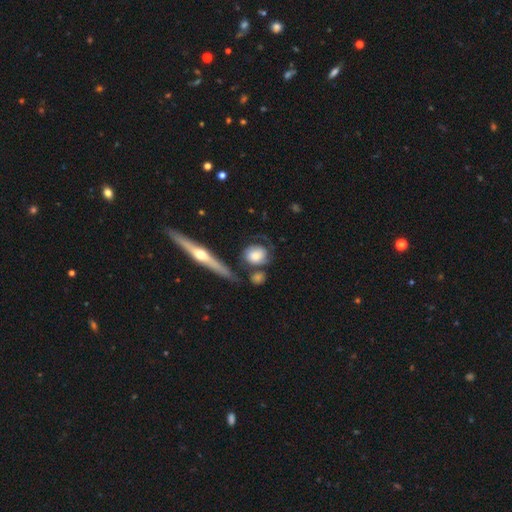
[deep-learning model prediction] A featured or disk galaxy (47%).

Vote fractions:
- Smooth or featured? featured or disk: 47% / smooth: 46% / star or artifact: 7%
- Merging? none: 51% / minor disturbance: 21% / merger: 14% / major disturbance: 13%